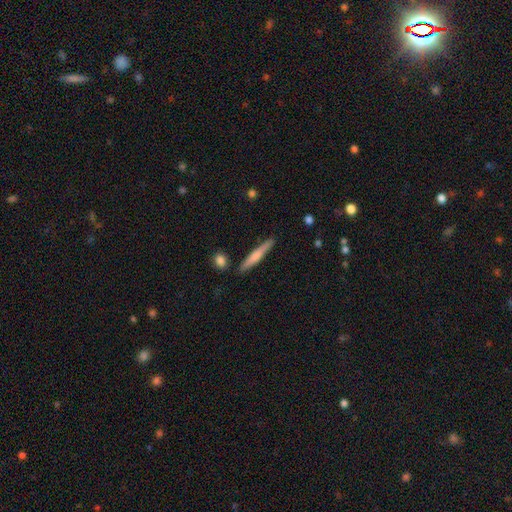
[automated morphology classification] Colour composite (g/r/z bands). It shows a smooth galaxy with no disk features (59%) that is cigar-shaped (94%). Merging: none (87%).